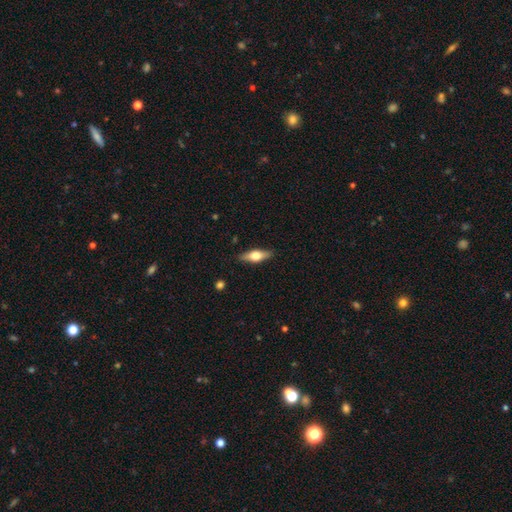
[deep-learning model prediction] Smooth or featured? Predicted: smooth (p=0.49). Merging? Predicted: none (p=0.87).